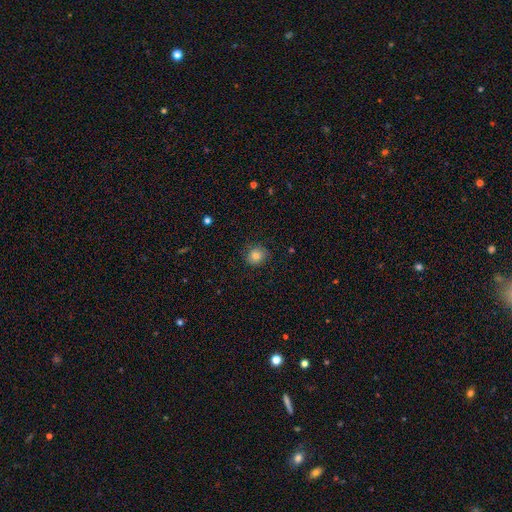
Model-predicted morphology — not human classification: Smooth or featured?
  - smooth: 83% *
  - star or artifact: 11%
  - featured or disk: 6%
How rounded?
  - round: 82% *
  - in between: 17%
  - cigar-shaped: 1%
Merging?
  - none: 82% *
  - minor disturbance: 13%
  - major disturbance: 3%
  - merger: 1%